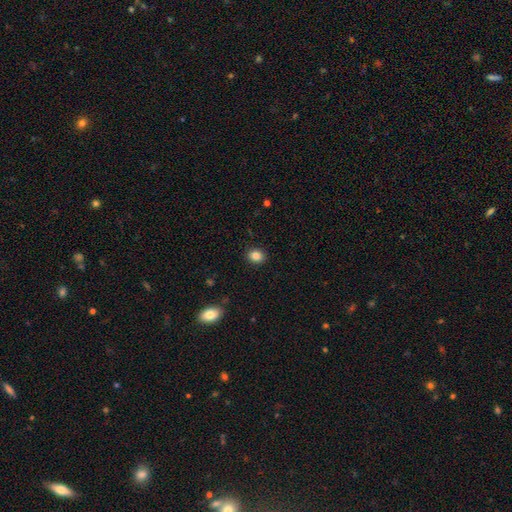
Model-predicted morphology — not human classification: A smooth galaxy with no disk features (86%) that is round (58%). Merging: none (90%).